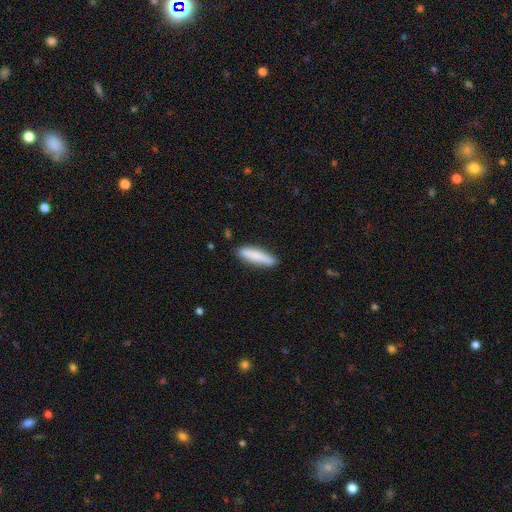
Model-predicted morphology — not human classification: A smooth galaxy with no disk features (78%) that is cigar-shaped (79%).

Vote fractions:
- Smooth or featured? smooth: 78% / featured or disk: 16% / star or artifact: 6%
- How rounded? cigar-shaped: 79% / in between: 19% / round: 2%
- Merging? none: 85% / minor disturbance: 11% / major disturbance: 2% / merger: 2%